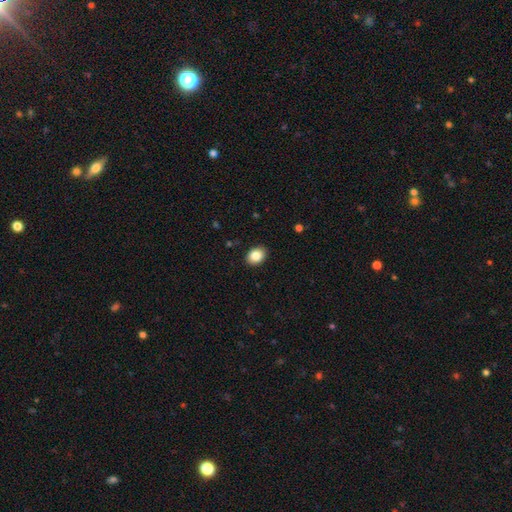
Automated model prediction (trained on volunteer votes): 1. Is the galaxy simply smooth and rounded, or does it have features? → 86% smooth, 8% star or artifact, 6% featured or disk.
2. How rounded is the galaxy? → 69% in between, 30% round, 1% cigar-shaped.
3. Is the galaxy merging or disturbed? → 90% none, 7% minor disturbance, 2% major disturbance, 1% merger.